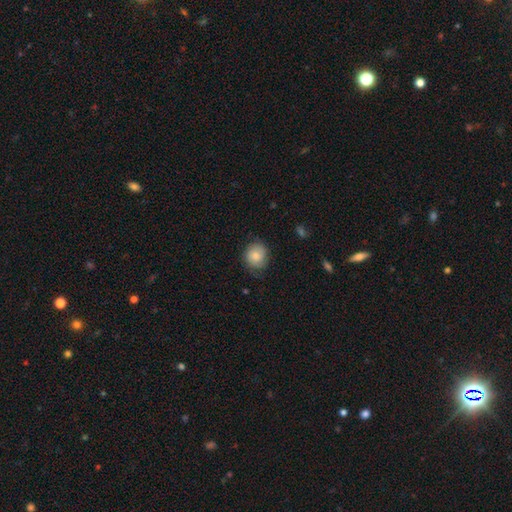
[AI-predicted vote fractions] Smooth or featured: smooth — 77% (featured or disk — 16%)
How rounded: round — 79% (in between — 20%)
Merging: none — 71% (minor disturbance — 22%)